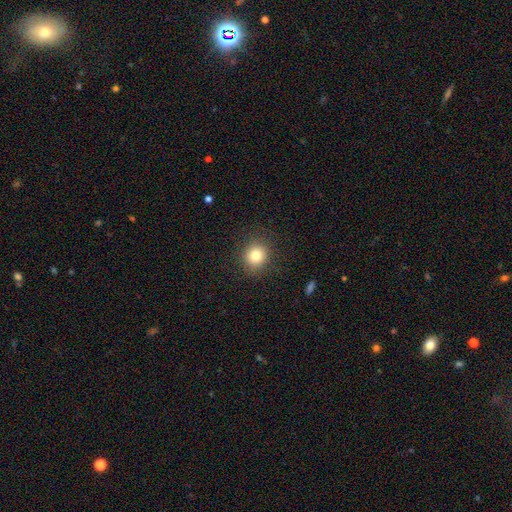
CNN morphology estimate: smooth_or_featured: smooth (p=0.81) [alt: star or artifact p=0.12]
how_rounded: round (p=0.83) [alt: in between p=0.16]
merging: none (p=0.88) [alt: minor disturbance p=0.08]